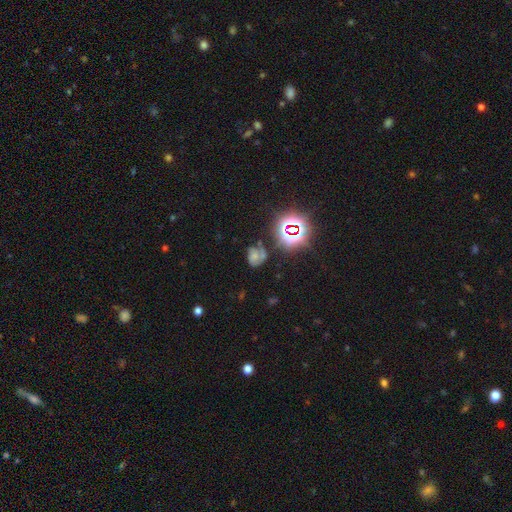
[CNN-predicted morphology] smooth 39%, star or artifact 31%, featured or disk 30%. Down the decision tree: merging — none (44%).